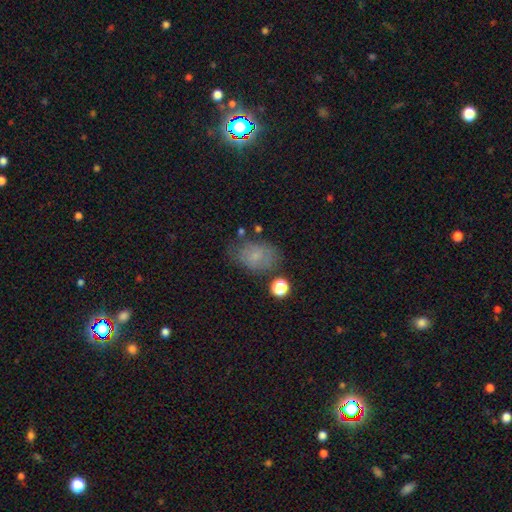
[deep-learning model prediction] A smooth galaxy with no disk features (63%) that is in between round and cigar-shaped (79%).

Vote fractions:
- Smooth or featured? smooth: 63% / featured or disk: 23% / star or artifact: 13%
- How rounded? in between: 79% / round: 19% / cigar-shaped: 1%
- Merging? none: 63% / minor disturbance: 23% / major disturbance: 9% / merger: 5%